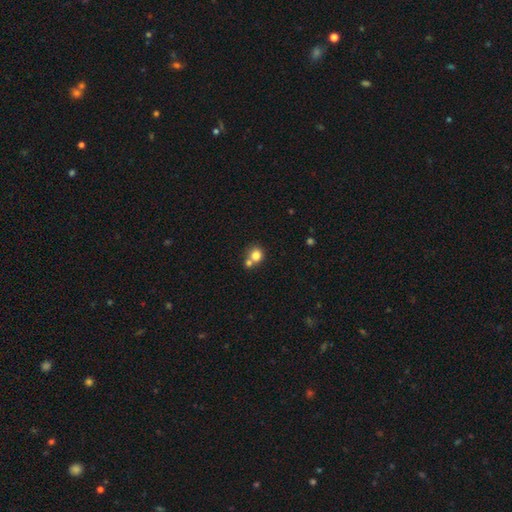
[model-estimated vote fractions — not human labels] smooth 79%, star or artifact 11%, featured or disk 10%. Down the decision tree: how rounded — round (84%); merging — none (49%).